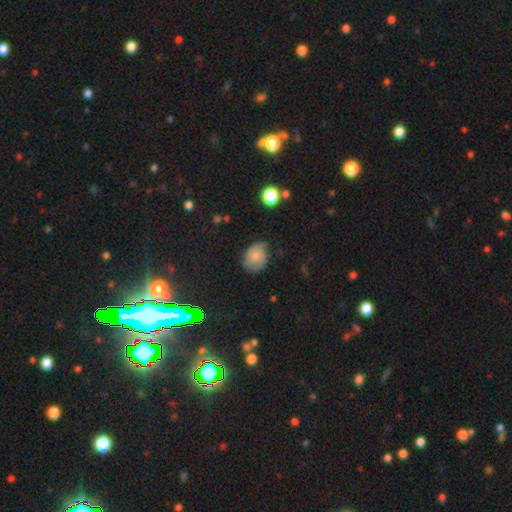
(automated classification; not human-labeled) This appears to be a smooth galaxy with no disk features (69%) that is in between round and cigar-shaped (52%). Merging: none (49%).